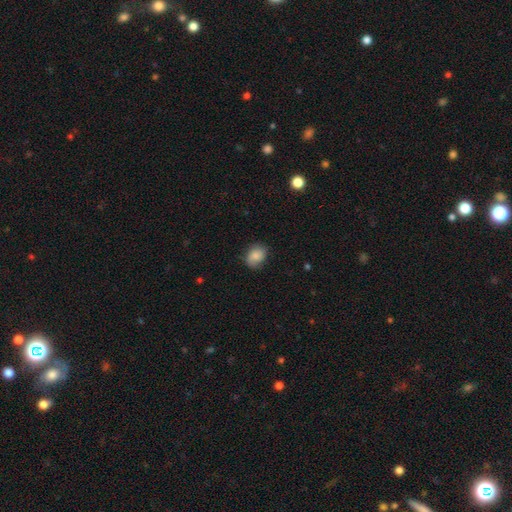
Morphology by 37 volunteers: Volunteers were most divided on "merging": none: 63%, minor disturbance: 34%, major disturbance: 3%, merger: 0%. More confident: smooth or featured — smooth (86%); how rounded — in between (69%).